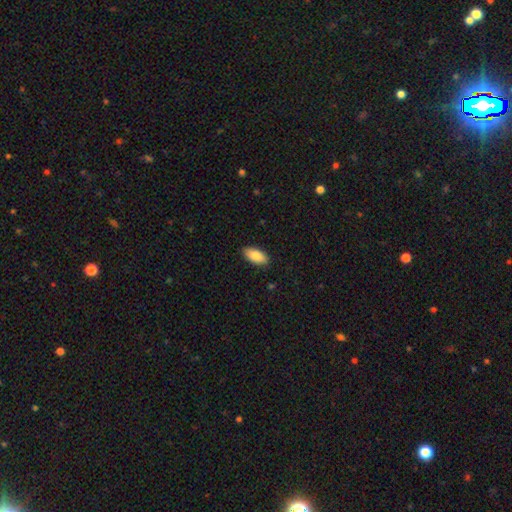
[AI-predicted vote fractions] Smooth or featured: smooth — 89% (star or artifact — 6%)
How rounded: in between — 92% (cigar-shaped — 6%)
Merging: none — 89% (minor disturbance — 9%)